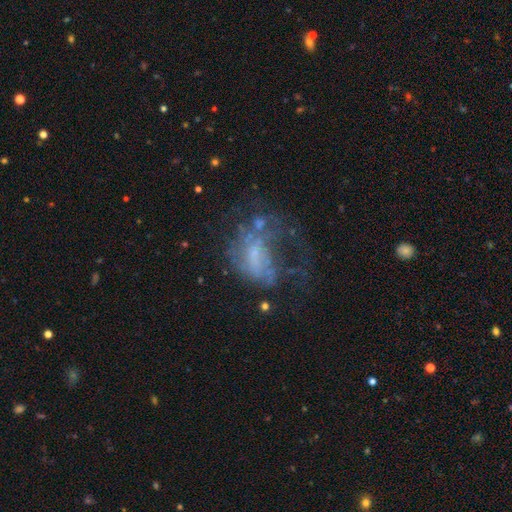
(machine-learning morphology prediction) featured or disk 59%, smooth 24%, star or artifact 17%. Down the decision tree: edge-on disk — no (97%); bar — no (67%); spiral arms — no (62%); bulge size — none (41%); merging — major disturbance (49%).